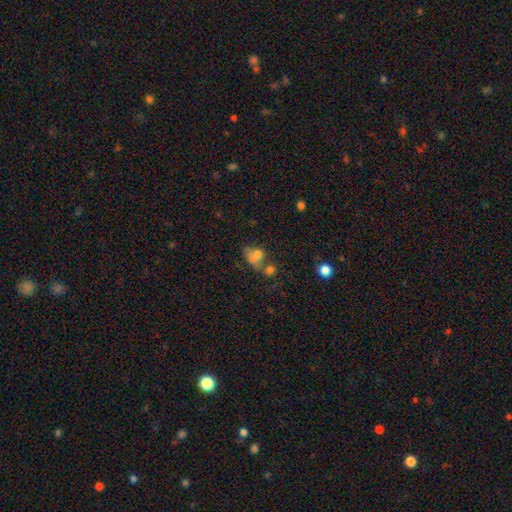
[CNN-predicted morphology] smooth 63%, featured or disk 21%, star or artifact 16%. Down the decision tree: how rounded — in between (57%); merging — merger (49%).